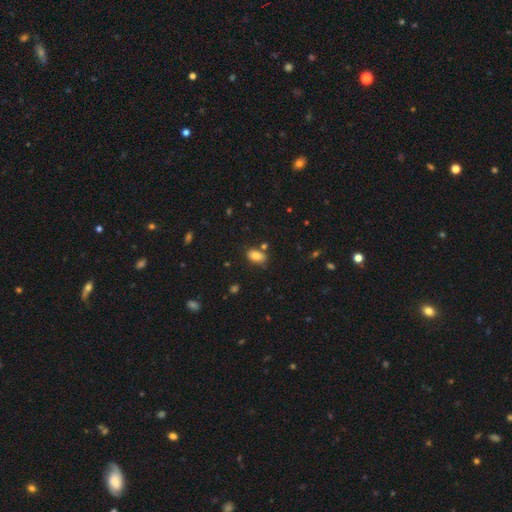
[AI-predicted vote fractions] Smooth or featured?
  - smooth: 83% *
  - star or artifact: 9%
  - featured or disk: 7%
How rounded?
  - in between: 89% *
  - round: 9%
  - cigar-shaped: 2%
Merging?
  - none: 67% *
  - minor disturbance: 19%
  - merger: 9%
  - major disturbance: 5%